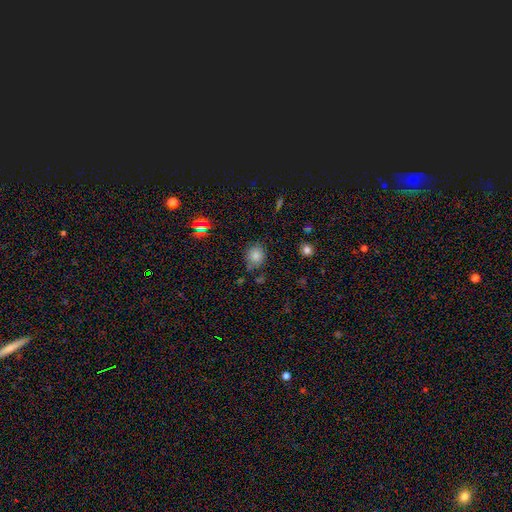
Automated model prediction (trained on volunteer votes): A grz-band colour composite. It shows a smooth galaxy with no disk features (80%) that is round (77%). Merging: none (74%).